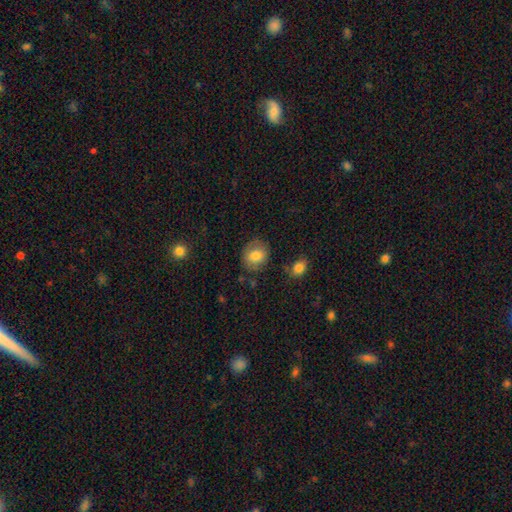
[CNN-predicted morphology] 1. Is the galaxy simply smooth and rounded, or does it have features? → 79% smooth, 13% featured or disk, 8% star or artifact.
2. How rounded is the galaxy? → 69% round, 30% in between, 1% cigar-shaped.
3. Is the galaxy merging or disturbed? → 79% none, 15% minor disturbance, 4% major disturbance, 3% merger.